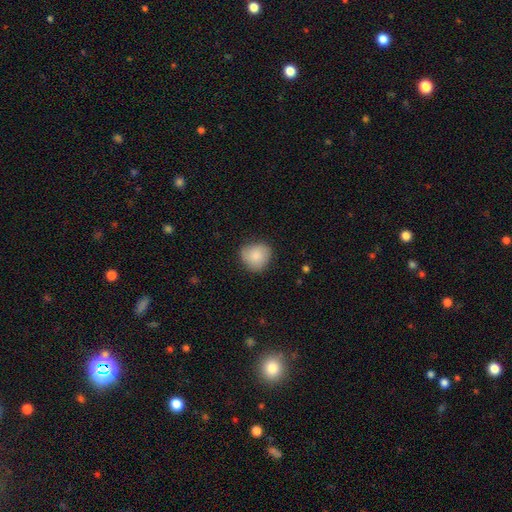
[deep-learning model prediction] Overall: smooth (83%). How rounded: round (81%). Merging: none (71%).